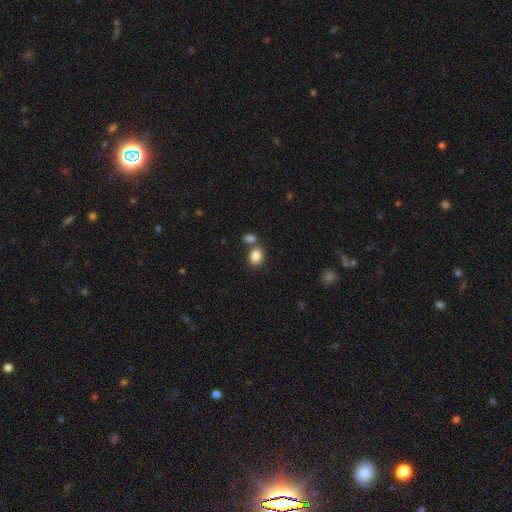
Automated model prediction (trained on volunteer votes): Smooth or featured?
  - smooth: 85% *
  - star or artifact: 9%
  - featured or disk: 6%
How rounded?
  - in between: 63% *
  - round: 36%
  - cigar-shaped: 1%
Merging?
  - none: 59% *
  - merger: 27%
  - minor disturbance: 10%
  - major disturbance: 3%